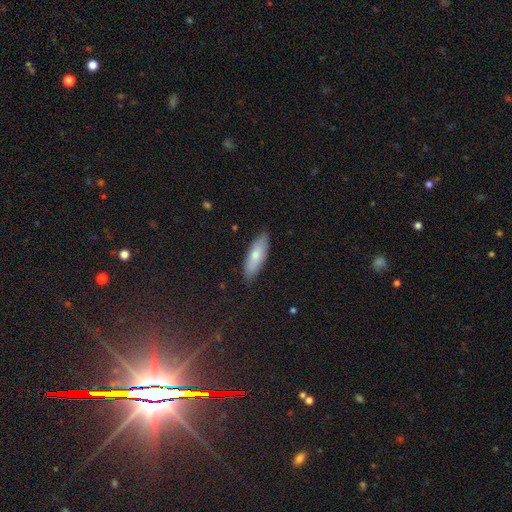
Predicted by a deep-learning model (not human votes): Smooth or featured?
  - smooth: 74% *
  - featured or disk: 20%
  - star or artifact: 6%
How rounded?
  - in between: 62% *
  - cigar-shaped: 36%
  - round: 2%
Merging?
  - none: 85% *
  - minor disturbance: 12%
  - major disturbance: 2%
  - merger: 1%